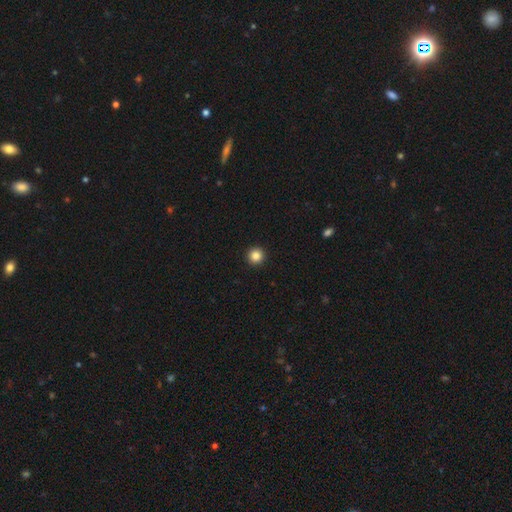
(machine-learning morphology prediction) smooth_or_featured: smooth (p=0.85) [alt: star or artifact p=0.11]
how_rounded: round (p=0.96) [alt: in between p=0.03]
merging: none (p=0.94) [alt: minor disturbance p=0.04]